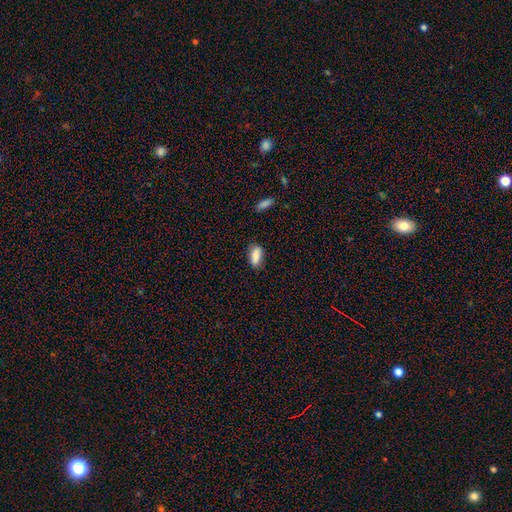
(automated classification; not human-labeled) This appears to be a smooth galaxy with no disk features (85%) that is in between round and cigar-shaped (80%). Merging: none (75%).